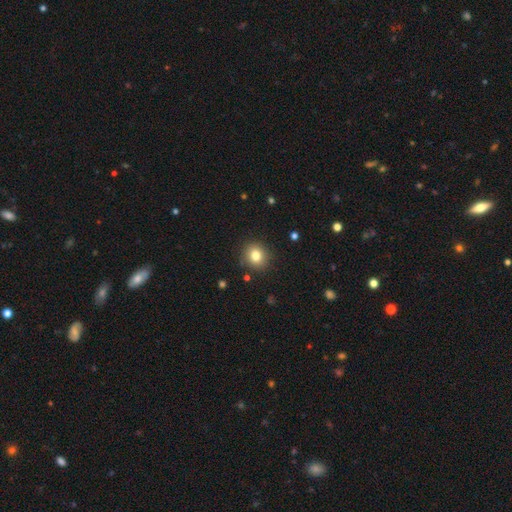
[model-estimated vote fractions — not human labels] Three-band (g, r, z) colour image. It shows a smooth galaxy with no disk features (81%) that is round (85%). Merging: none (89%).